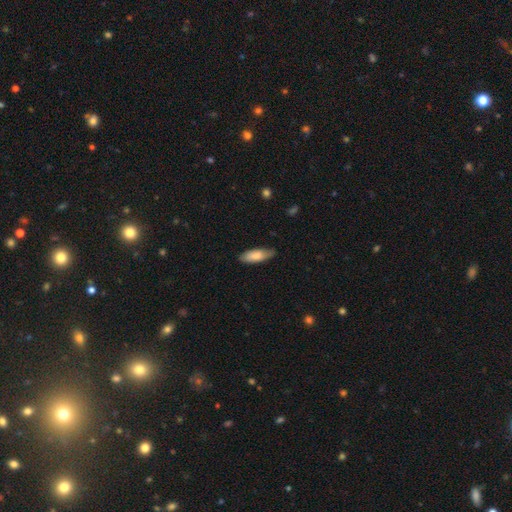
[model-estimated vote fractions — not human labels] A smooth galaxy with no disk features (78%) that is in between round and cigar-shaped (68%). Merging: none (73%).